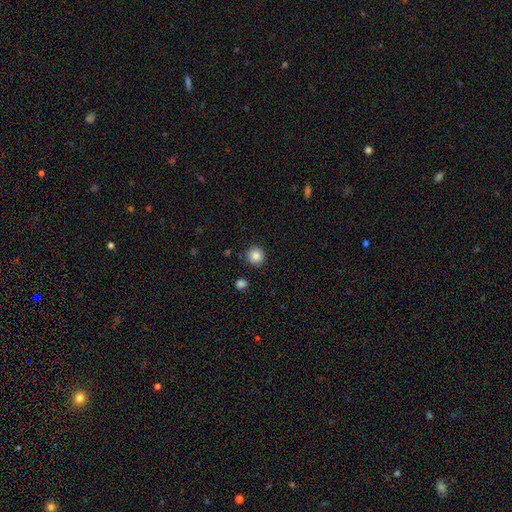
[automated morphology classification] Smooth or featured? smooth (86%)
How rounded? round (94%)
Merging? none (88%)